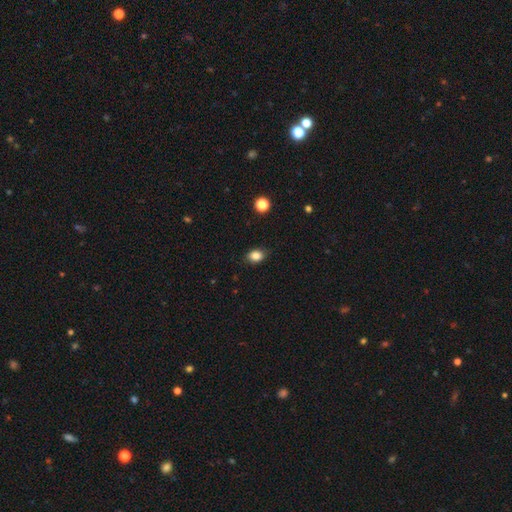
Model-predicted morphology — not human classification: smooth-or-featured: smooth: 85% | star or artifact: 10% | featured or disk: 5%
  how-rounded: in between: 70% | round: 29% | cigar-shaped: 1%
  merging: none: 84% | minor disturbance: 12% | major disturbance: 3% | merger: 1%